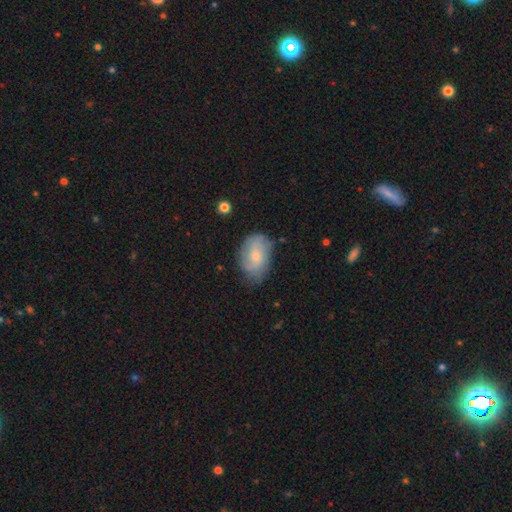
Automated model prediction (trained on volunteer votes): This appears to be a smooth galaxy with no disk features (50%) that is in between round and cigar-shaped (84%). Merging: none (67%).